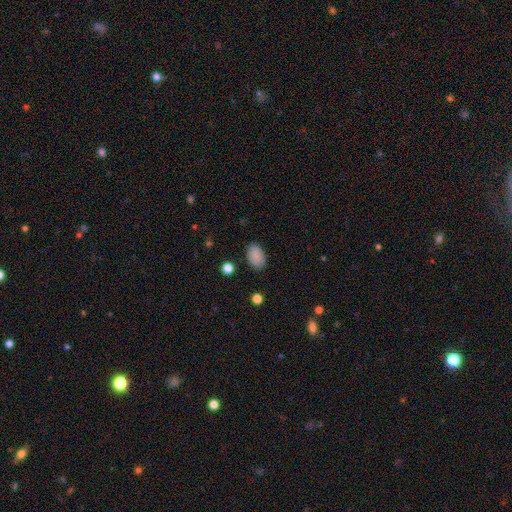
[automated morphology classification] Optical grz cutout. It shows a smooth galaxy with no disk features (87%) that is in between round and cigar-shaped (89%). Merging: none (85%).